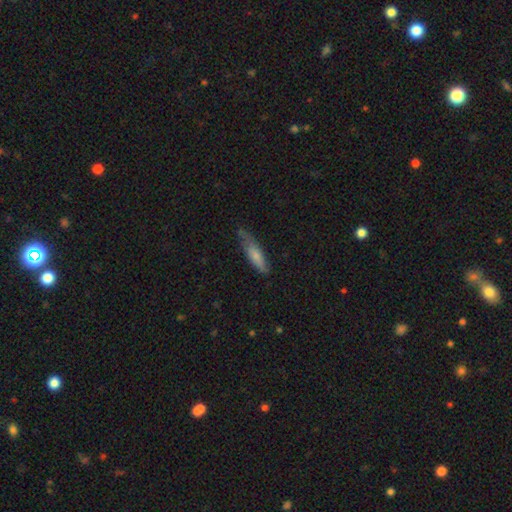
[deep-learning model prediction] smooth-or-featured: smooth: 71% | featured or disk: 24% | star or artifact: 6%
  how-rounded: cigar-shaped: 64% | in between: 34% | round: 2%
  merging: none: 56% | minor disturbance: 33% | major disturbance: 9% | merger: 2%